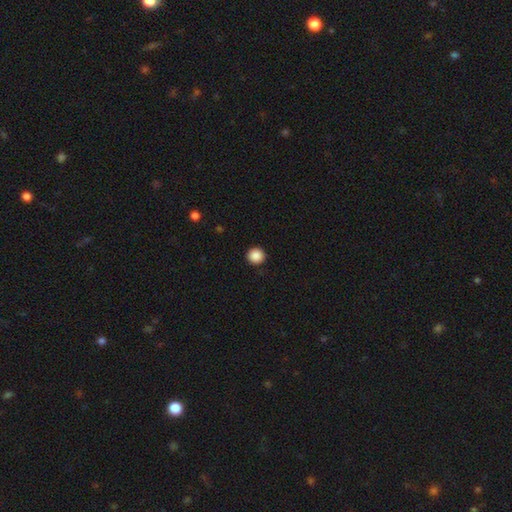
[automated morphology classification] Smooth or featured: smooth — 88% (star or artifact — 9%)
How rounded: round — 94% (in between — 5%)
Merging: none — 93% (minor disturbance — 5%)